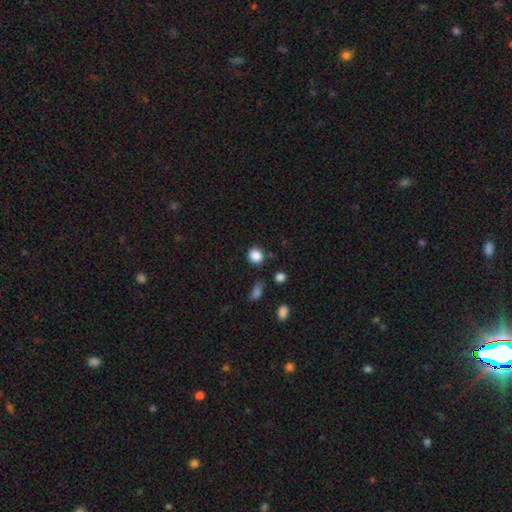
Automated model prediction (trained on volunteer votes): This appears to be a smooth galaxy with no disk features (86%) that is round (78%). Merging: none (81%).